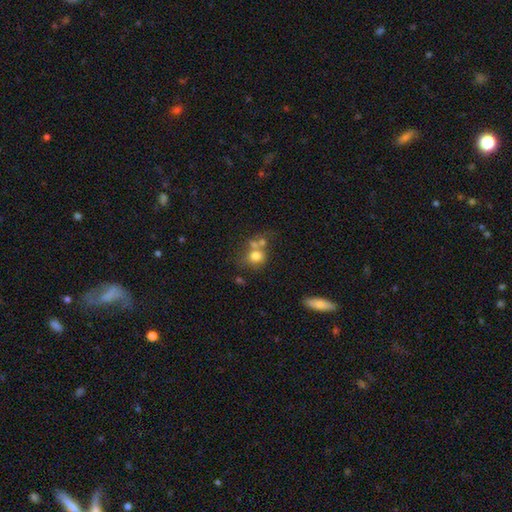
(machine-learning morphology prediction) This appears to be a smooth galaxy with no disk features (72%) that is round (73%). Merging: merger (41%).